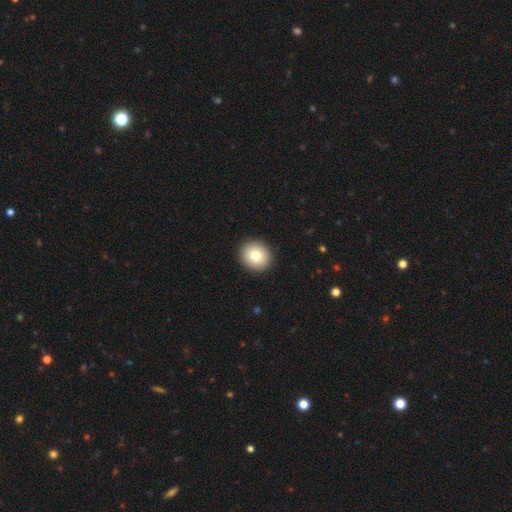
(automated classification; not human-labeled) Overall: smooth (80%). How rounded: round (84%). Merging: none (93%).